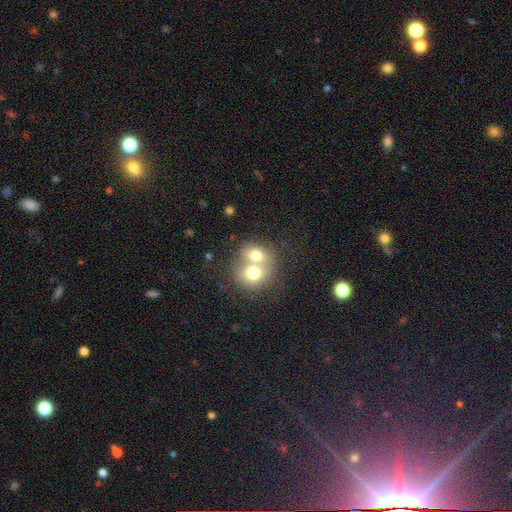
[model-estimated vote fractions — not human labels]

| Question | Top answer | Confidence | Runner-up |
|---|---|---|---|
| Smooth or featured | smooth | 69% | featured or disk (21%) |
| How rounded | round | 66% | in between (33%) |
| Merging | merger | 72% | none (20%) |